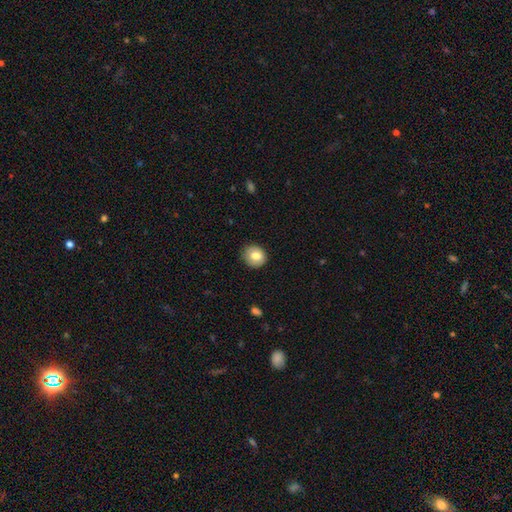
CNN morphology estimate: smooth_or_featured: smooth (p=0.77) [alt: featured or disk p=0.15]
how_rounded: round (p=0.84) [alt: in between p=0.15]
merging: none (p=0.87) [alt: minor disturbance p=0.10]